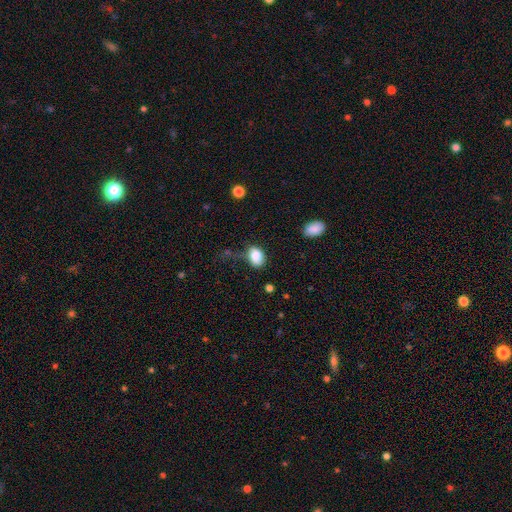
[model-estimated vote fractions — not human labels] Smooth or featured?
  - smooth: 83% *
  - featured or disk: 9%
  - star or artifact: 8%
How rounded?
  - in between: 77% *
  - round: 22%
  - cigar-shaped: 1%
Merging?
  - none: 47% *
  - minor disturbance: 32%
  - major disturbance: 17%
  - merger: 4%